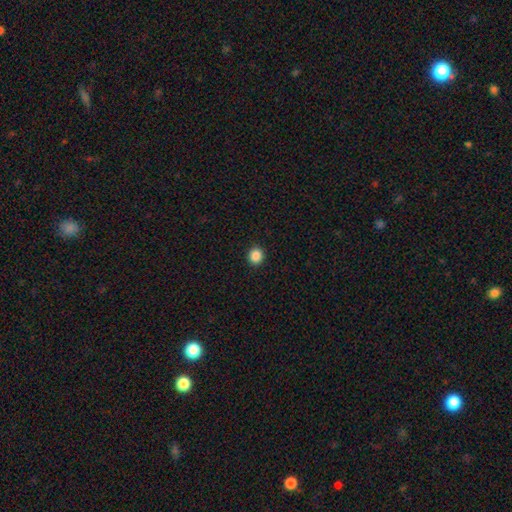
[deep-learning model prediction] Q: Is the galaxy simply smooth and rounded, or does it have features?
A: smooth — 87%.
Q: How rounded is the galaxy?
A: round — 88%.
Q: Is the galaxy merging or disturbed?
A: none — 93%.